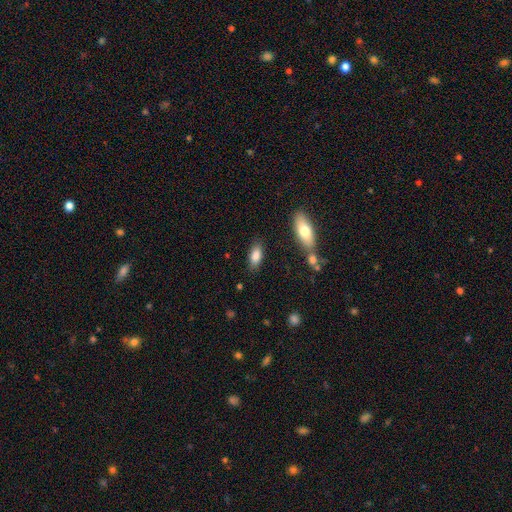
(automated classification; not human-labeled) Smooth or featured?
  - smooth: 84% *
  - featured or disk: 9%
  - star or artifact: 7%
How rounded?
  - in between: 82% *
  - cigar-shaped: 15%
  - round: 3%
Merging?
  - none: 80% *
  - minor disturbance: 13%
  - merger: 4%
  - major disturbance: 3%